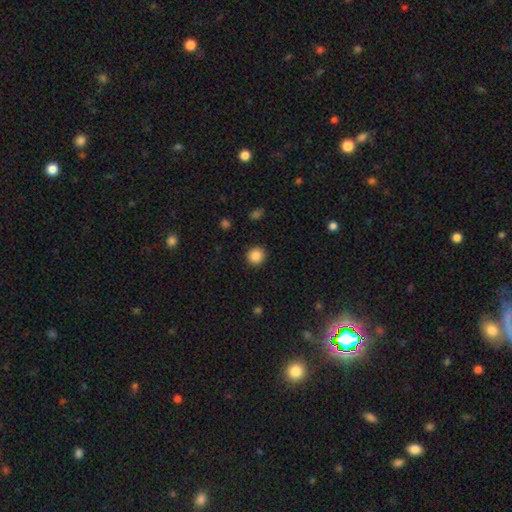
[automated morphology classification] This is clearly a smooth galaxy (86%). How rounded: clearly round (92%). Merging: clearly none (92%).